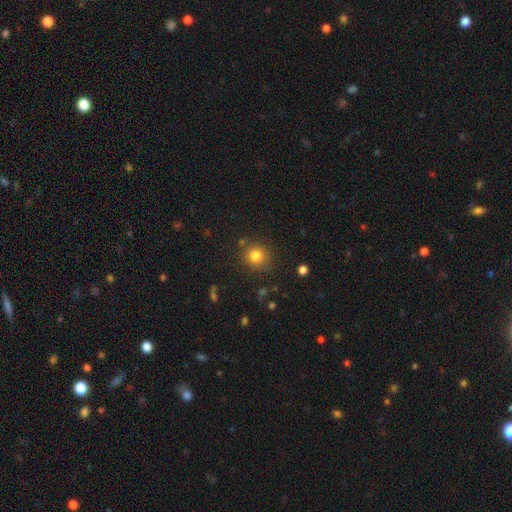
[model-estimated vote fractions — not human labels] Smooth or featured?
  - smooth: 81% *
  - star or artifact: 12%
  - featured or disk: 7%
How rounded?
  - round: 88% *
  - in between: 11%
  - cigar-shaped: 1%
Merging?
  - none: 82% *
  - minor disturbance: 11%
  - major disturbance: 4%
  - merger: 4%